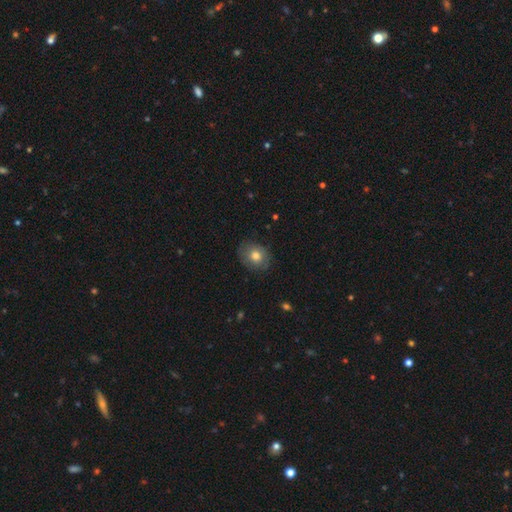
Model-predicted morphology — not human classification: type=smooth (69%); roundness=round (52%); merging=none (80%).